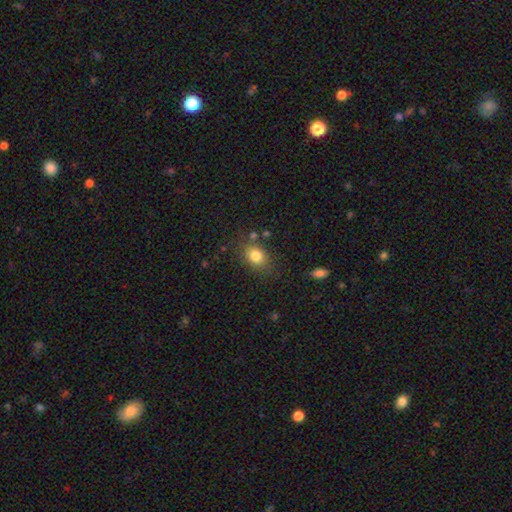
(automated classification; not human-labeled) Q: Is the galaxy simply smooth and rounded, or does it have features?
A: smooth — 82%.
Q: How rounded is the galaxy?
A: in between — 61%.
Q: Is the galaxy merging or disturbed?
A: none — 77%.